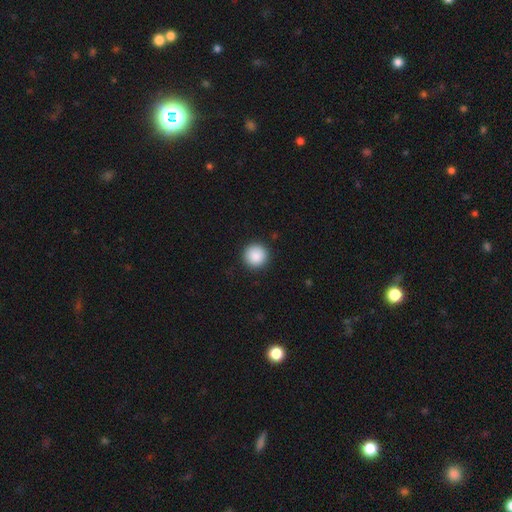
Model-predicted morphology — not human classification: smooth-or-featured: smooth: 89% | star or artifact: 8% | featured or disk: 3%
  how-rounded: round: 96% | in between: 3% | cigar-shaped: 1%
  merging: none: 92% | minor disturbance: 5% | major disturbance: 2% | merger: 1%